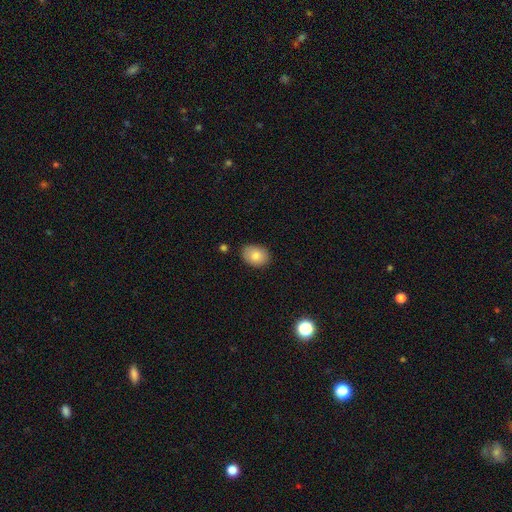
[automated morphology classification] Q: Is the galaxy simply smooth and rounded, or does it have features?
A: smooth — 83%.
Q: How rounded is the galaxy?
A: in between — 71%.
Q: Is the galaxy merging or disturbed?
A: none — 85%.